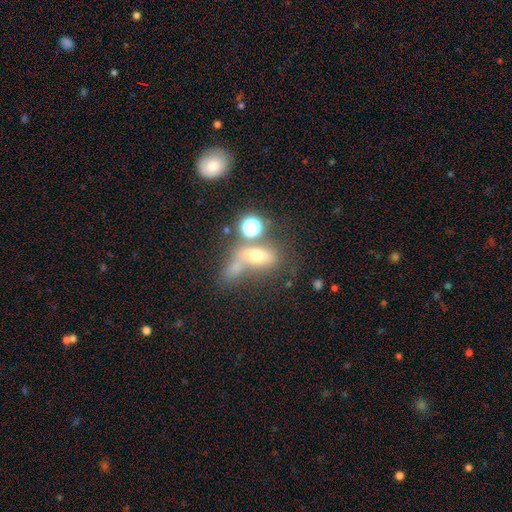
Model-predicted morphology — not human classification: smooth-or-featured: smooth: 55% | featured or disk: 25% | star or artifact: 20%
  how-rounded: in between: 67% | round: 19% | cigar-shaped: 15%
  merging: merger: 41% | none: 28% | major disturbance: 18% | minor disturbance: 13%